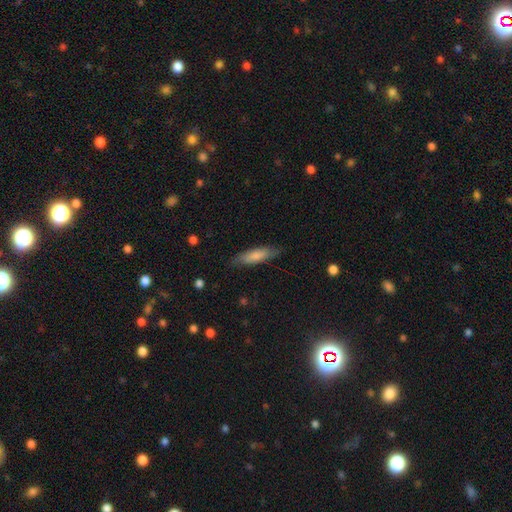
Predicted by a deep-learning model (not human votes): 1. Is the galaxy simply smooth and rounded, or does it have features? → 78% smooth, 17% featured or disk, 6% star or artifact.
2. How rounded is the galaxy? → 60% cigar-shaped, 38% in between, 2% round.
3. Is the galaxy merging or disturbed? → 81% none, 15% minor disturbance, 3% major disturbance, 1% merger.